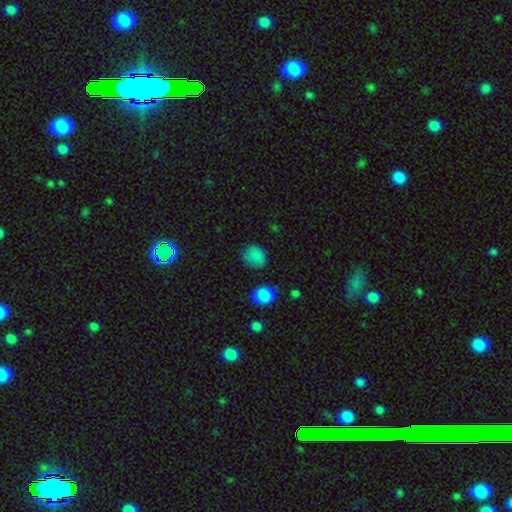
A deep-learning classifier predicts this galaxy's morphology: This is clearly a smooth galaxy (83%). How rounded: likely round (73%). Merging: likely none (76%).